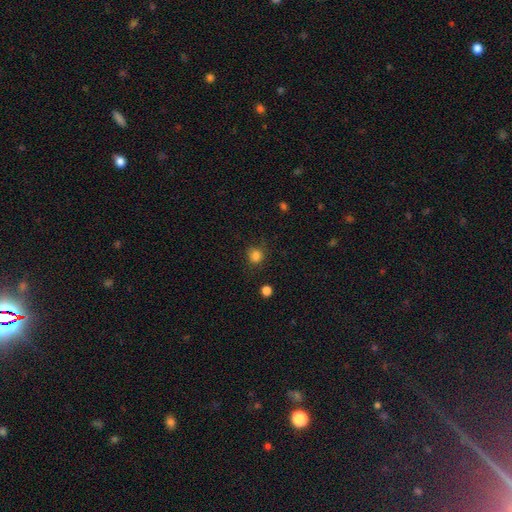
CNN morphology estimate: Smooth or featured? smooth (84%)
How rounded? round (88%)
Merging? none (82%)